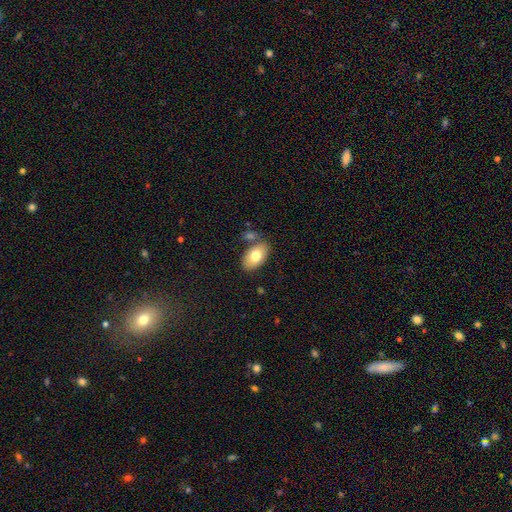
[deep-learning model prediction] Q: Smooth or featured?
A: smooth (76%); runner-up: featured or disk (17%)
Q: How rounded?
A: in between (93%); runner-up: round (6%)
Q: Merging?
A: none (69%); runner-up: minor disturbance (14%)